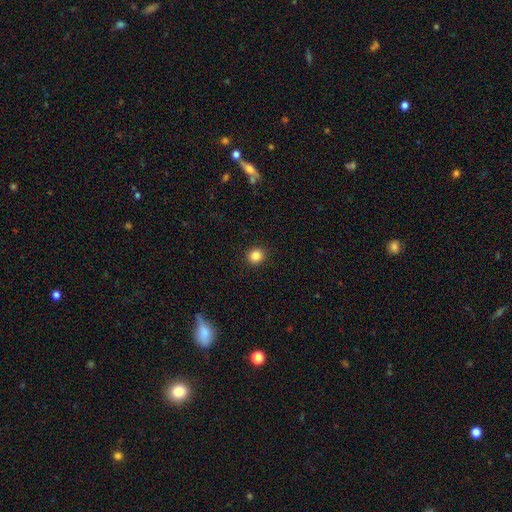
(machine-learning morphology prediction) smooth 85%, star or artifact 11%, featured or disk 4%. Down the decision tree: how rounded — round (87%); merging — none (93%).